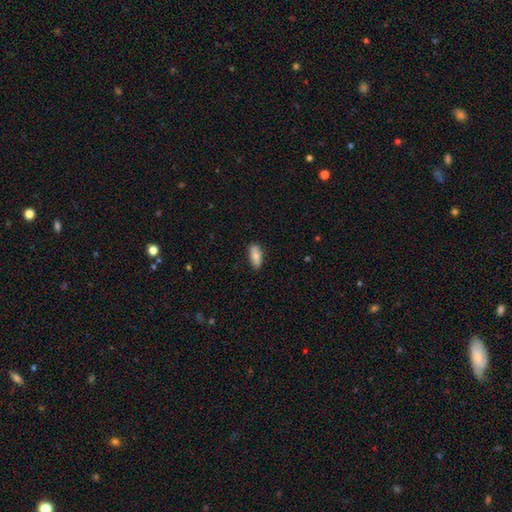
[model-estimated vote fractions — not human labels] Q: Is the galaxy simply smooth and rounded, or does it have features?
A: smooth — 75%.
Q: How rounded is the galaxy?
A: in between — 84%.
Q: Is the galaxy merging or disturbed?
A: none — 81%.